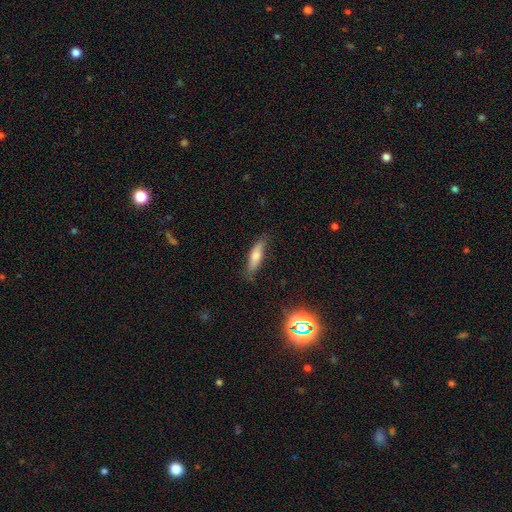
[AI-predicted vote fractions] Q: Smooth or featured?
A: smooth (66%); runner-up: featured or disk (25%)
Q: How rounded?
A: cigar-shaped (59%); runner-up: in between (39%)
Q: Merging?
A: none (79%); runner-up: minor disturbance (16%)